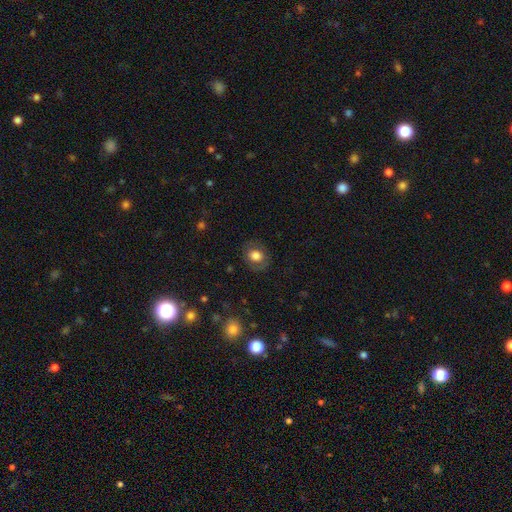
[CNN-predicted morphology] Smooth or featured? smooth (73%)
How rounded? round (56%)
Merging? none (81%)